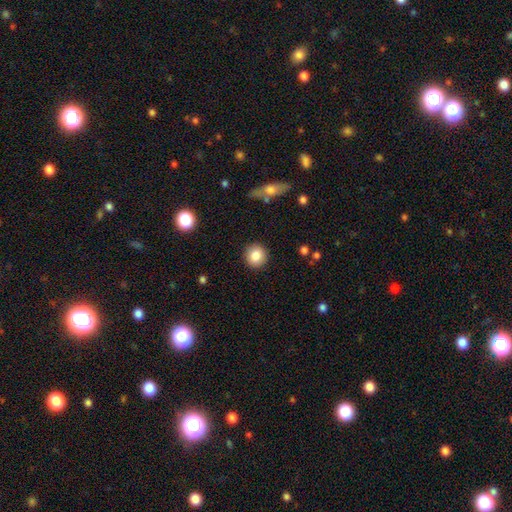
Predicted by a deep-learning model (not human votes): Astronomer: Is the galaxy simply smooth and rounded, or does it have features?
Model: smooth — 85%.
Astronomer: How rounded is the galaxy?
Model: round — 91%.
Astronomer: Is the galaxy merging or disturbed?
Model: none — 91%.